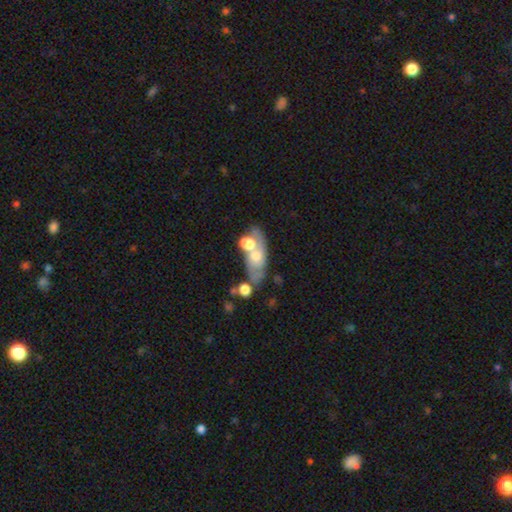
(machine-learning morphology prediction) Q: Smooth or featured?
A: featured or disk (50%); runner-up: smooth (41%)
Q: Merging?
A: merger (52%); runner-up: none (26%)